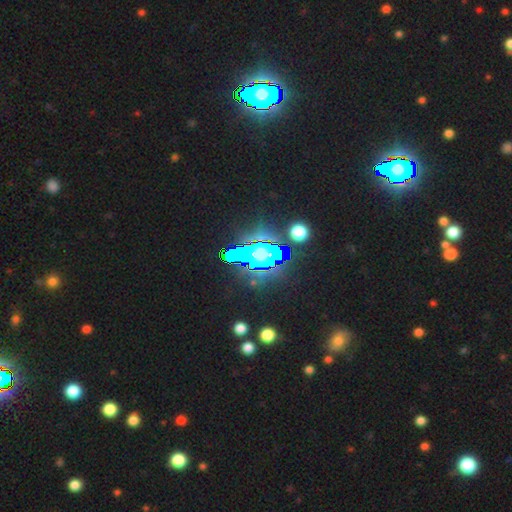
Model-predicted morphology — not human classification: This appears to be a star or artifact, not a galaxy (63%).